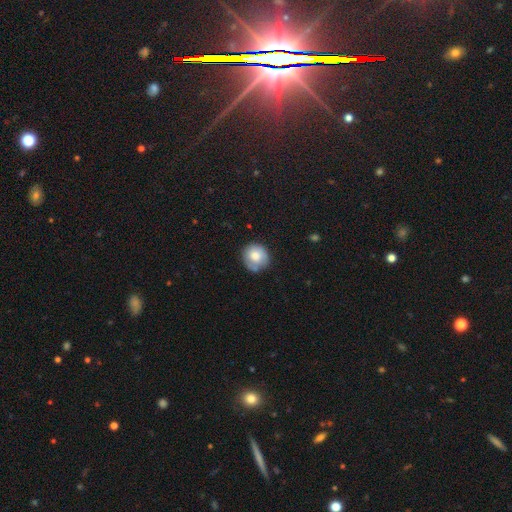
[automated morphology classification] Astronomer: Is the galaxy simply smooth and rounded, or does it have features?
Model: smooth — 76%.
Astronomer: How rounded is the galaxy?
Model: round — 87%.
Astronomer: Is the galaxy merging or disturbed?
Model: none — 70%.